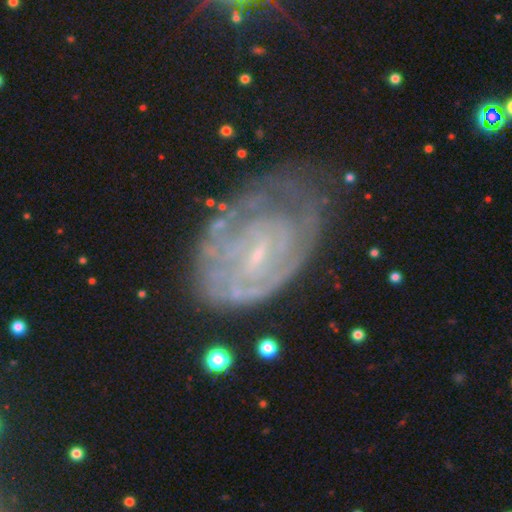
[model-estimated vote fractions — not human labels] smooth-or-featured: featured or disk: 76% | smooth: 15% | star or artifact: 9%
  disk-edge-on: no: 96% | yes: 4%
    bar: weak: 48% | no: 39% | strong: 13%
    has-spiral-arms: yes: 77% | no: 23%
      spiral-winding: tight: 66% | medium: 25% | loose: 9%
      spiral-arm-count: can't tell: 59% | 2: 18% | 3: 8% | 1: 6% | 4: 5% | more than 4: 4%
    bulge-size: small: 71% | none: 16% | moderate: 11% | large: 1% | dominant: 1%
  merging: none: 57% | minor disturbance: 25% | major disturbance: 15% | merger: 3%